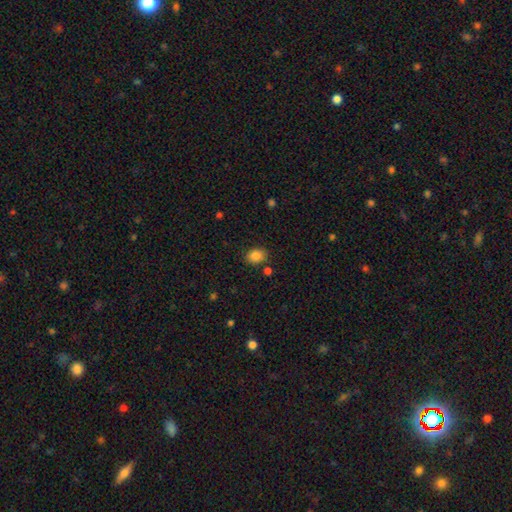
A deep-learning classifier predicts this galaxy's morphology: This is clearly a smooth galaxy (86%). How rounded: likely in between (62%). Merging: clearly none (81%).